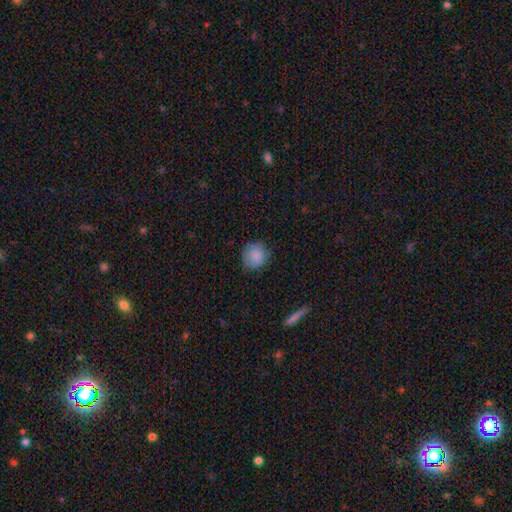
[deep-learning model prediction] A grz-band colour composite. It shows a smooth galaxy with no disk features (86%) that is round (89%). Merging: none (80%).